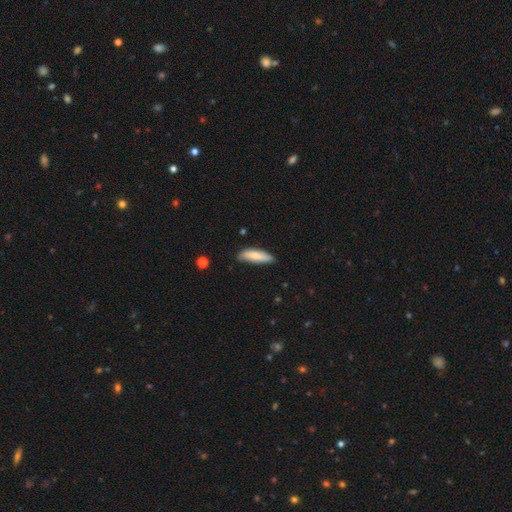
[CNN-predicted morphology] This appears to be a smooth galaxy with no disk features (78%) that is cigar-shaped (55%). Merging: none (70%).